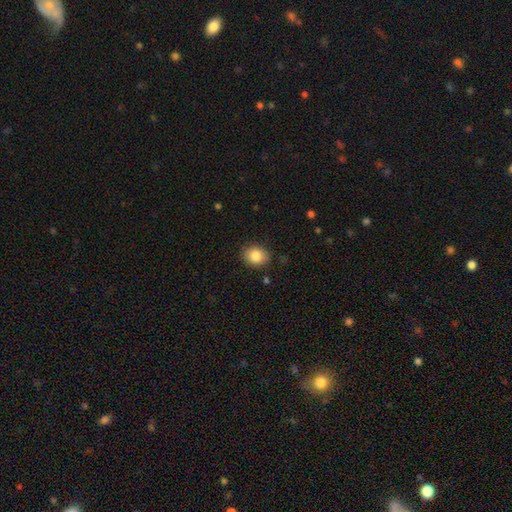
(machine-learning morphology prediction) smooth-or-featured: smooth: 84% | star or artifact: 8% | featured or disk: 7%
  how-rounded: in between: 52% | round: 47% | cigar-shaped: 1%
  merging: none: 83% | minor disturbance: 13% | major disturbance: 3% | merger: 1%